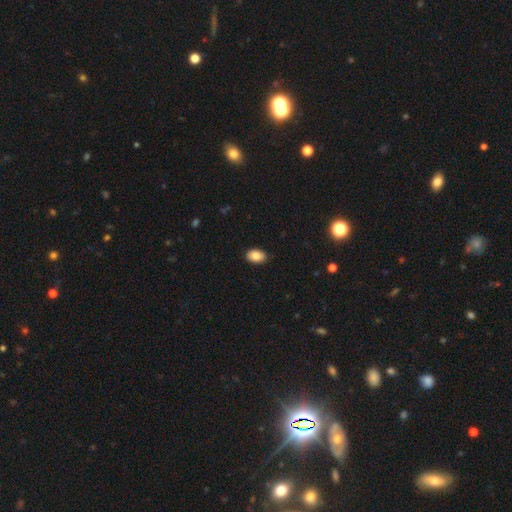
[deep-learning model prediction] Smooth or featured?
  - smooth: 87% *
  - star or artifact: 8%
  - featured or disk: 6%
How rounded?
  - in between: 88% *
  - round: 10%
  - cigar-shaped: 1%
Merging?
  - none: 87% *
  - minor disturbance: 11%
  - major disturbance: 2%
  - merger: 1%